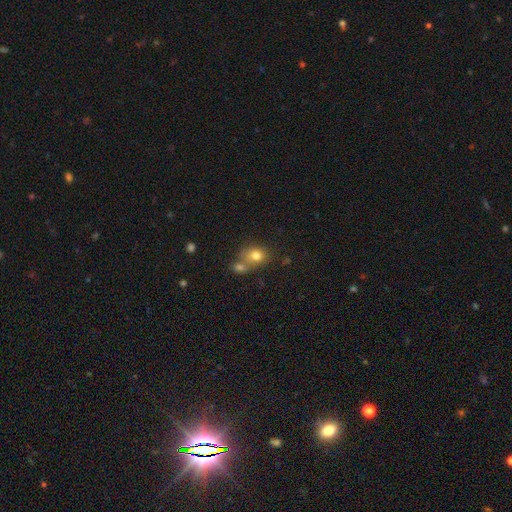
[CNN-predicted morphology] The model was most divided on "merging": merger: 43%, none: 42%, minor disturbance: 11%, major disturbance: 4%. More confident: smooth or featured — smooth (77%); how rounded — round (62%).